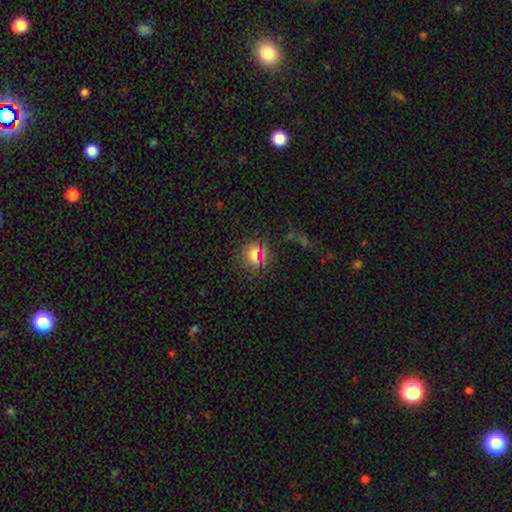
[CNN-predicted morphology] Smooth or featured? Predicted: smooth (p=0.64). How rounded? Predicted: round (p=0.81). Merging? Predicted: none (p=0.78).